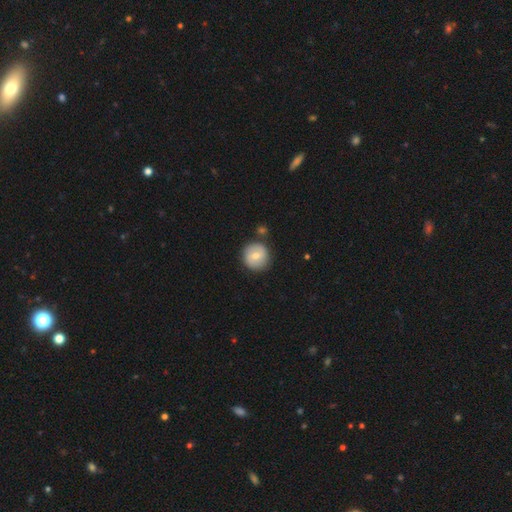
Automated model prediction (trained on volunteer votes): Smooth or featured? smooth (63%)
How rounded? round (94%)
Merging? none (83%)